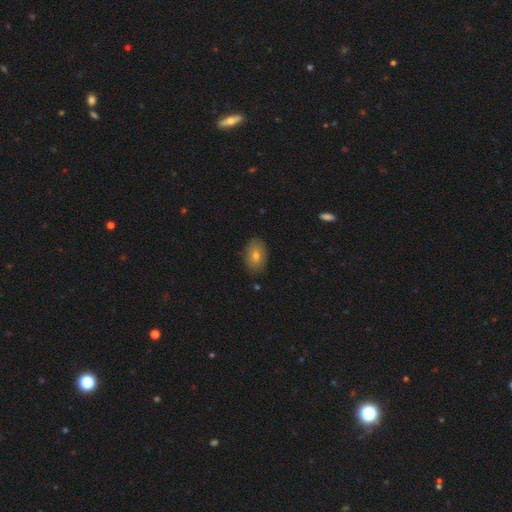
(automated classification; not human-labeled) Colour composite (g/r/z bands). It shows a smooth galaxy with no disk features (71%) that is in between round and cigar-shaped (85%). Merging: none (85%).